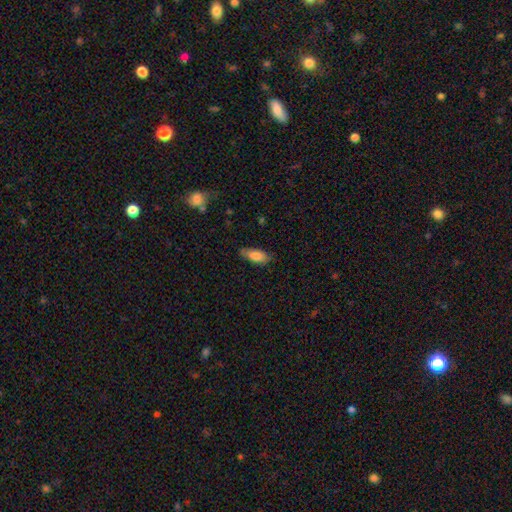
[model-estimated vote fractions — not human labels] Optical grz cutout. It shows a smooth galaxy with no disk features (82%) that is in between round and cigar-shaped (78%). Merging: none (74%).